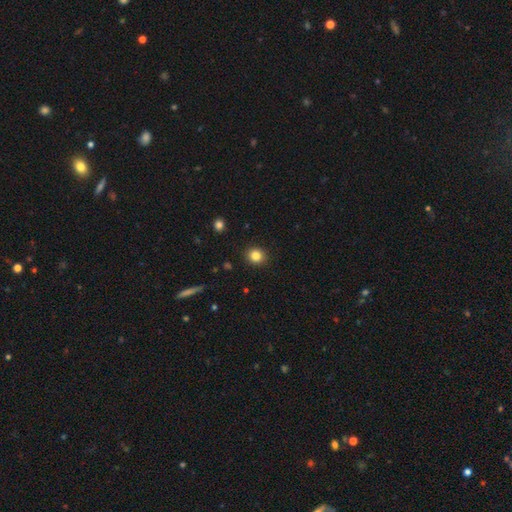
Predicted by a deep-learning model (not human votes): Smooth or featured: smooth — 83% (star or artifact — 11%)
How rounded: round — 88% (in between — 11%)
Merging: none — 91% (minor disturbance — 6%)